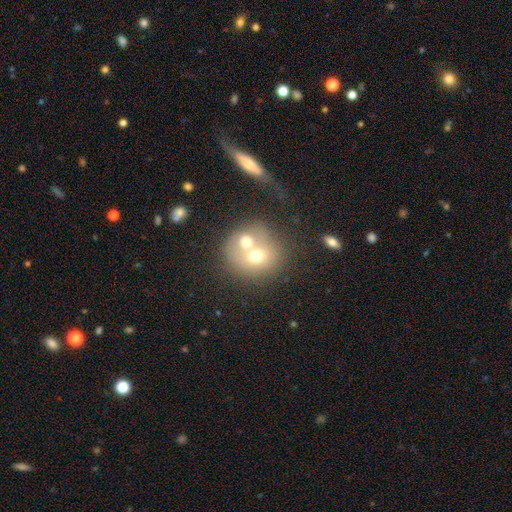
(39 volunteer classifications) A smooth galaxy with no disk features (67%) that is round (62%). Merging: merger (66%).